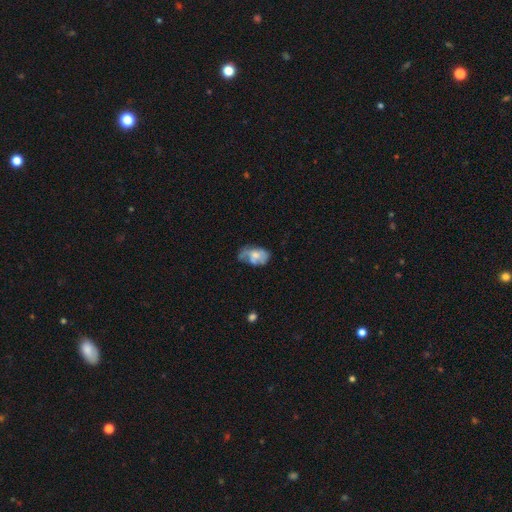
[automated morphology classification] Q: Smooth or featured?
A: featured or disk (48%); runner-up: smooth (44%)
Q: Merging?
A: none (35%); runner-up: minor disturbance (33%)